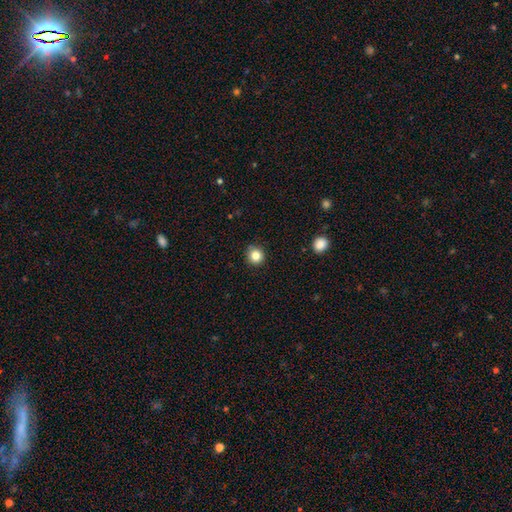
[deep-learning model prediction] Morphology: type=smooth (83%); roundness=round (91%); merging=none (89%).